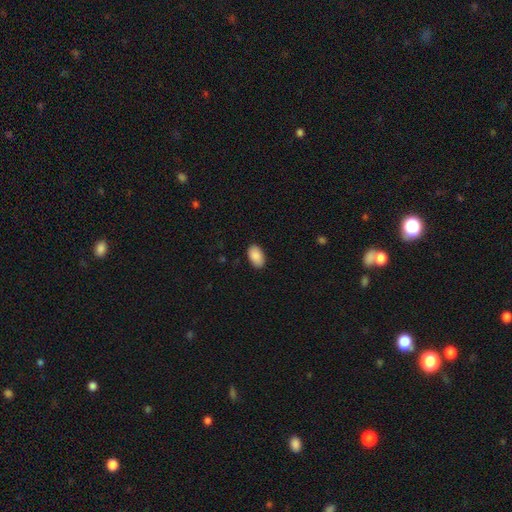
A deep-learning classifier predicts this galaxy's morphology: This is clearly a smooth galaxy (90%). How rounded: clearly in between (94%). Merging: clearly none (89%).